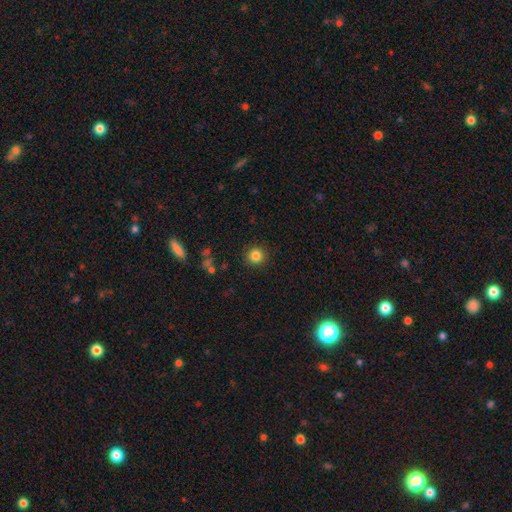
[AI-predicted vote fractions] This appears to be a smooth galaxy with no disk features (83%) that is round (94%). Merging: none (91%).